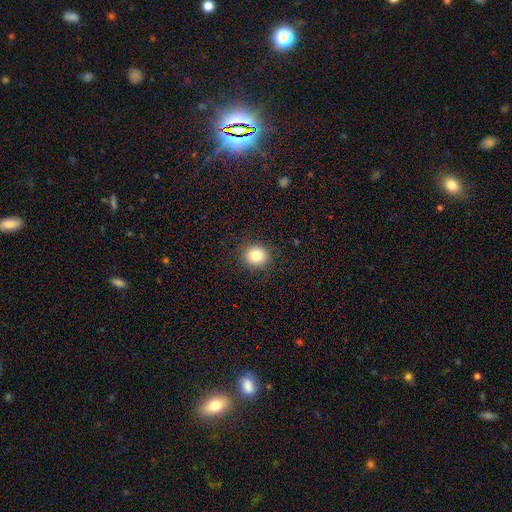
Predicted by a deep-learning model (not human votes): smooth_or_featured: smooth (p=0.80) [alt: star or artifact p=0.12]
how_rounded: round (p=0.86) [alt: in between p=0.13]
merging: none (p=0.90) [alt: minor disturbance p=0.07]